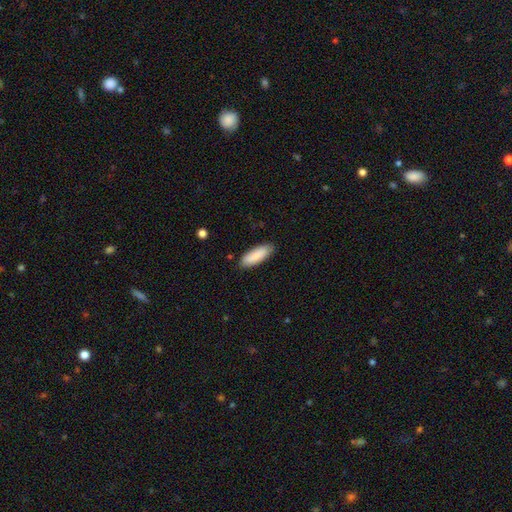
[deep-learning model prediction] smooth 86%, featured or disk 9%, star or artifact 5%. Down the decision tree: how rounded — in between (61%); merging — none (86%).